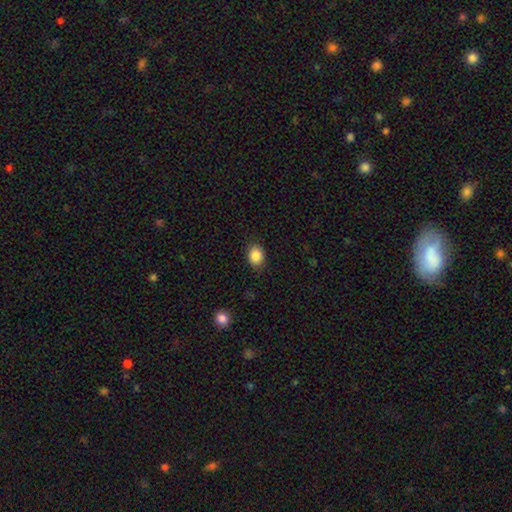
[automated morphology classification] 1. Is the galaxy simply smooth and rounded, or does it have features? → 87% smooth, 8% star or artifact, 4% featured or disk.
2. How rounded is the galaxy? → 58% in between, 41% round, 1% cigar-shaped.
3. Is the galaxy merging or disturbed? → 85% none, 11% minor disturbance, 3% major disturbance, 1% merger.